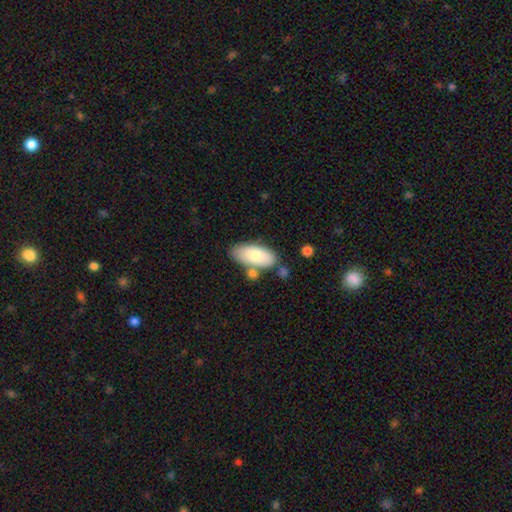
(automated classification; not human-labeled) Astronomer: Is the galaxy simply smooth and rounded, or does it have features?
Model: smooth — 78%.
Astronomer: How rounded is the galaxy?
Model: in between — 89%.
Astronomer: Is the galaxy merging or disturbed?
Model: none — 67%.